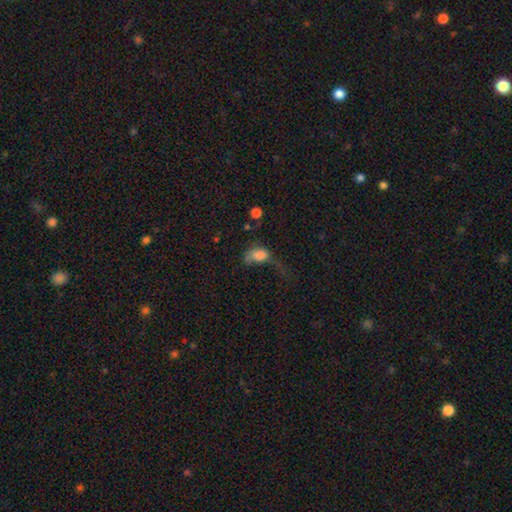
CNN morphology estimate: Smooth or featured?
  - smooth: 64% *
  - featured or disk: 21%
  - star or artifact: 15%
How rounded?
  - in between: 78% *
  - round: 19%
  - cigar-shaped: 3%
Merging?
  - major disturbance: 59% *
  - none: 17%
  - minor disturbance: 17%
  - merger: 7%